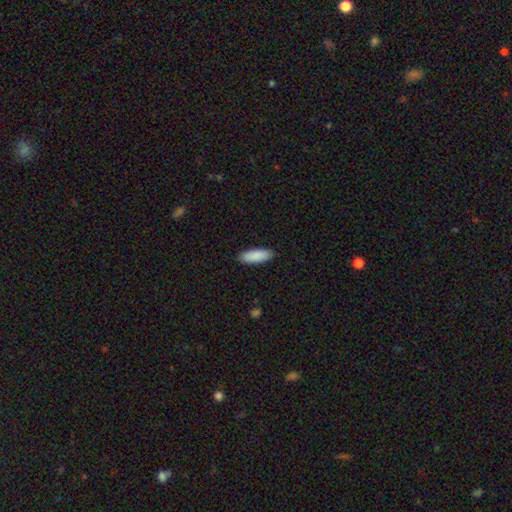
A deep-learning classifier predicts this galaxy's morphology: The model was most divided on "how rounded": in between: 66%, cigar-shaped: 32%, round: 2%. More confident: merging — none (90%); smooth or featured — smooth (90%).